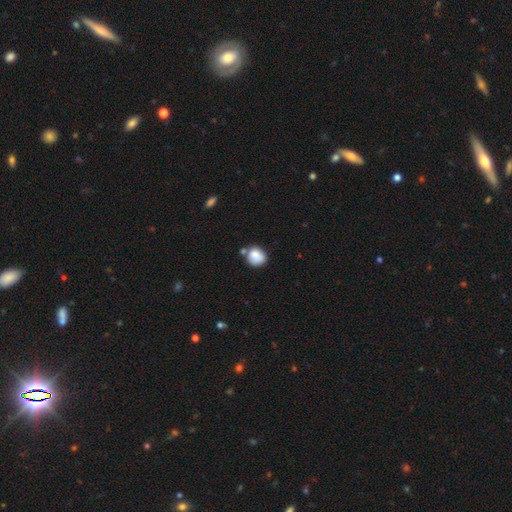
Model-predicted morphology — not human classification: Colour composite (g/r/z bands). It shows a smooth galaxy with no disk features (81%) that is round (76%). Merging: none (54%).